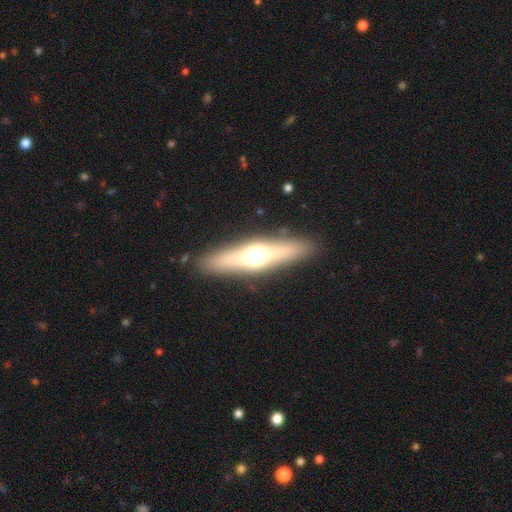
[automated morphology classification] Overall: featured or disk (49%; smooth 42%). Merging: none (88%).